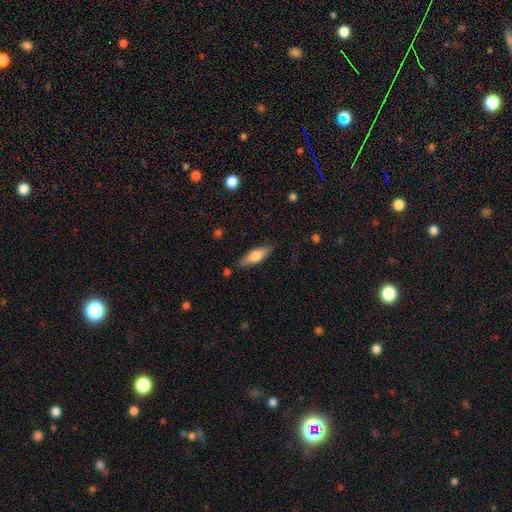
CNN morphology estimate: Smooth or featured?
  - smooth: 60% *
  - featured or disk: 34%
  - star or artifact: 6%
How rounded?
  - in between: 50% *
  - cigar-shaped: 47%
  - round: 2%
Merging?
  - none: 81% *
  - minor disturbance: 14%
  - major disturbance: 3%
  - merger: 2%